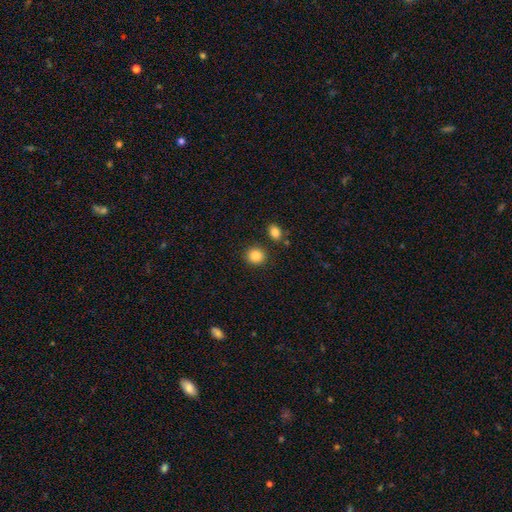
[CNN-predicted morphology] type=smooth (86%); roundness=round (83%); merging=none (87%).